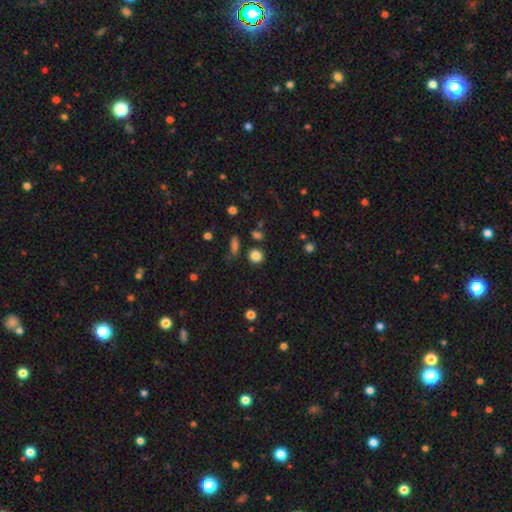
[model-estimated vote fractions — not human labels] A smooth galaxy with no disk features (83%) that is round (89%).

Vote fractions:
- Smooth or featured? smooth: 83% / star or artifact: 12% / featured or disk: 5%
- How rounded? round: 89% / in between: 10% / cigar-shaped: 1%
- Merging? none: 85% / minor disturbance: 8% / merger: 5% / major disturbance: 3%